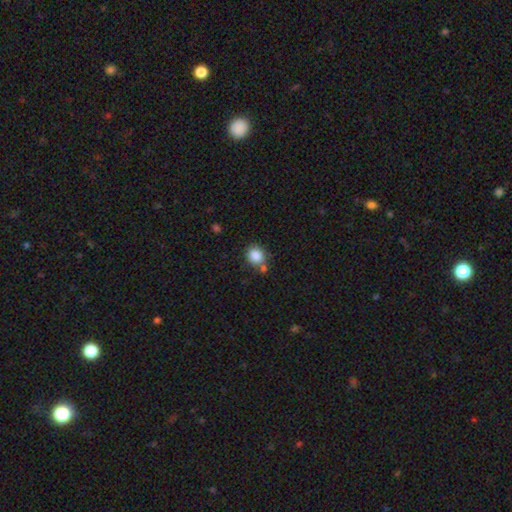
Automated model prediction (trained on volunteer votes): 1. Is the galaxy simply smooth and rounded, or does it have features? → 86% smooth, 10% star or artifact, 5% featured or disk.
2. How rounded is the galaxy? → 78% round, 21% in between, 1% cigar-shaped.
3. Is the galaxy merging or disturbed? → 65% none, 16% merger, 15% minor disturbance, 4% major disturbance.